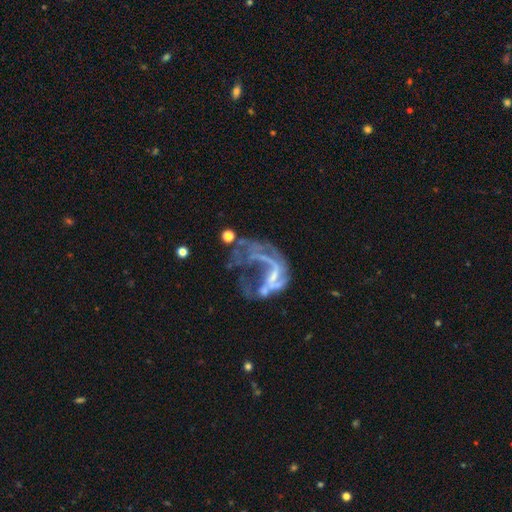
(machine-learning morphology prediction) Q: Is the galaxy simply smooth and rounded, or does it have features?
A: featured or disk — 77%.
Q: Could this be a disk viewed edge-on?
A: no — 97%.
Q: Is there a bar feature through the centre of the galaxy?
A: no — 47%.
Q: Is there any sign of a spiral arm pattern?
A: yes — 62%.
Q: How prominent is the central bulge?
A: none — 45%.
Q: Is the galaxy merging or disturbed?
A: major disturbance — 53%.